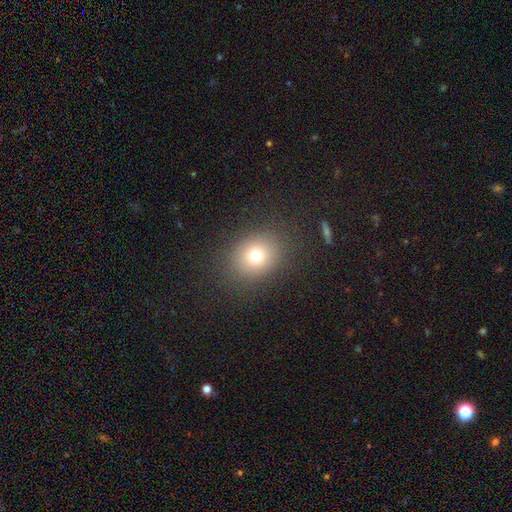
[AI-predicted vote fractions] Smooth or featured? Predicted: smooth (p=0.72). How rounded? Predicted: round (p=0.64). Merging? Predicted: none (p=0.85).